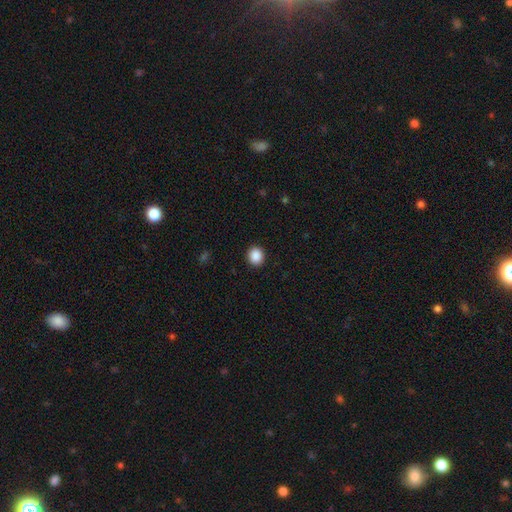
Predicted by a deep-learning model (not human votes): This is clearly a smooth galaxy (89%). How rounded: likely round (75%). Merging: clearly none (91%).